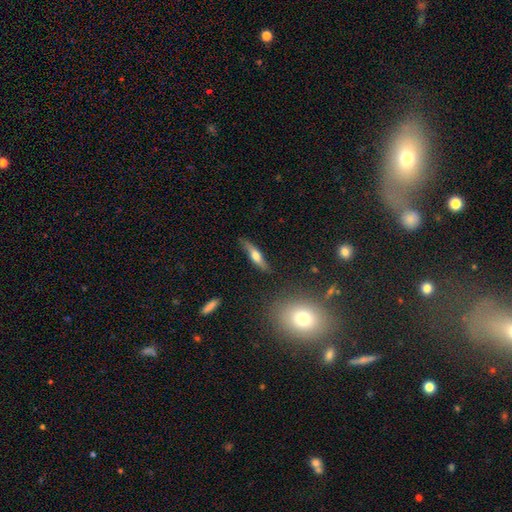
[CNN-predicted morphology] Smooth or featured: featured or disk — 54% (smooth — 40%)
Edge-on disk: yes — 87% (no — 13%)
Merging: none — 79% (minor disturbance — 15%)